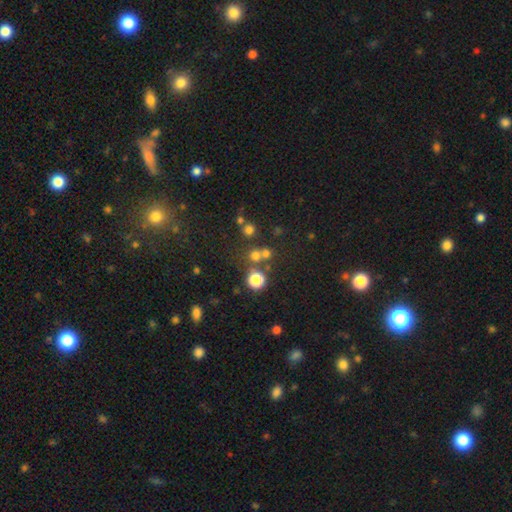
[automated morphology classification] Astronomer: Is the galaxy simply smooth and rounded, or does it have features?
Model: smooth — 62%.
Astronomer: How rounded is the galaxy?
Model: round — 91%.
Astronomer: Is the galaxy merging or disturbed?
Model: none — 65%.